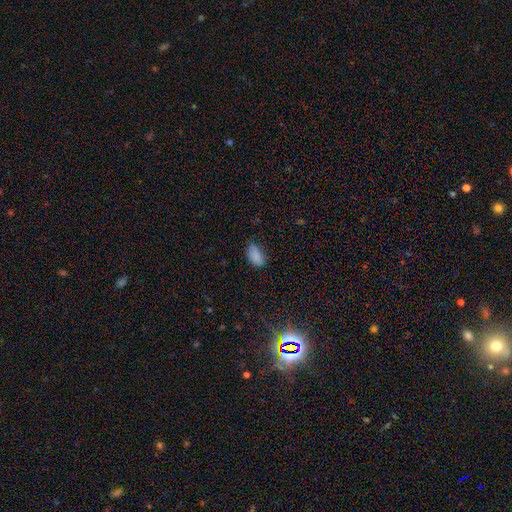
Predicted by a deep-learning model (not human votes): Q: Smooth or featured?
A: smooth (85%); runner-up: star or artifact (10%)
Q: How rounded?
A: in between (92%); runner-up: round (5%)
Q: Merging?
A: none (64%); runner-up: minor disturbance (28%)